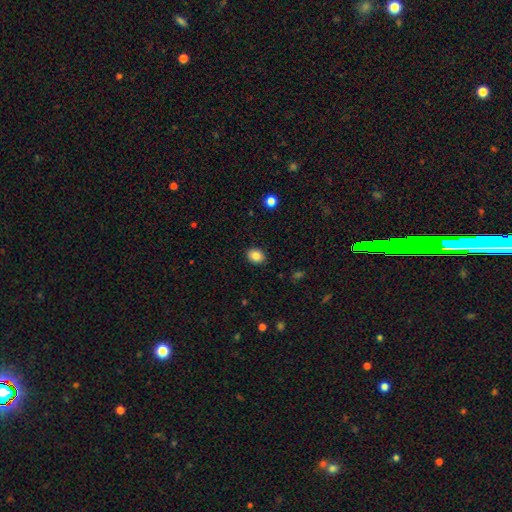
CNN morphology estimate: A smooth galaxy with no disk features (85%) that is in between round and cigar-shaped (53%). Merging: none (89%).